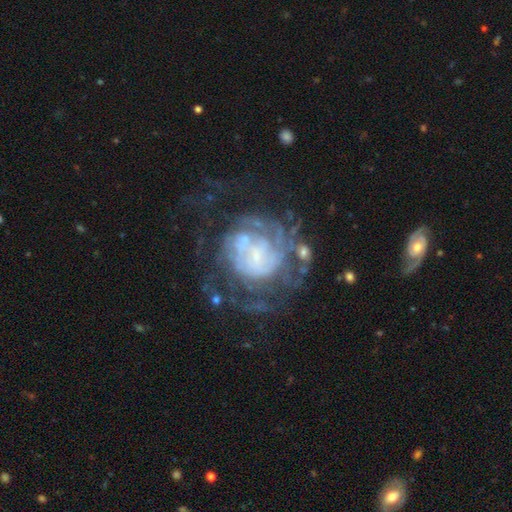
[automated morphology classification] type=featured or disk (77%); edge-on=no (98%); bar=no (67%); spiral arms=yes (76%); winding=tight (53%); arm count=can't tell (52%); bulge=small (42%); merging=none (48%).